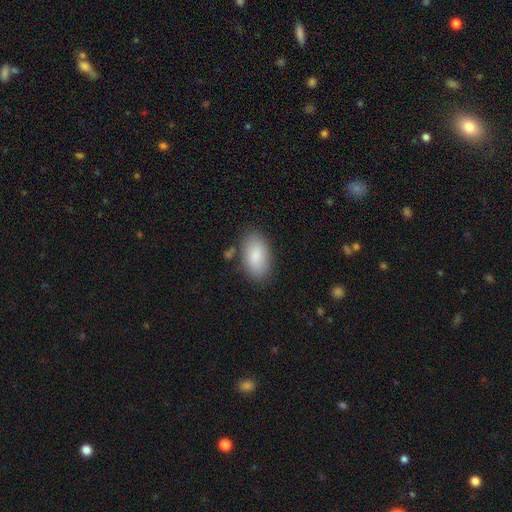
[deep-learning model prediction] Smooth or featured? Predicted: smooth (p=0.86). How rounded? Predicted: in between (p=0.94). Merging? Predicted: none (p=0.80).